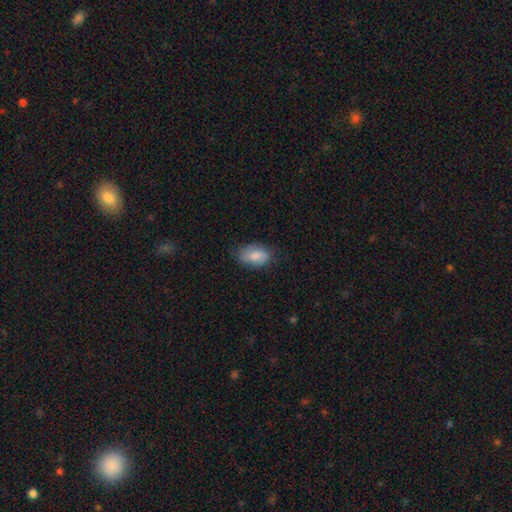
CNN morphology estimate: A smooth galaxy with no disk features (79%) that is in between round and cigar-shaped (90%).

Vote fractions:
- Smooth or featured? smooth: 79% / featured or disk: 14% / star or artifact: 7%
- How rounded? in between: 90% / round: 8% / cigar-shaped: 2%
- Merging? none: 67% / minor disturbance: 25% / major disturbance: 6% / merger: 1%